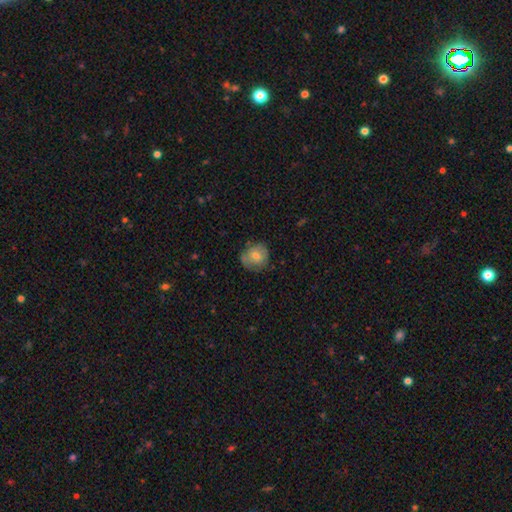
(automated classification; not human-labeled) Smooth or featured: smooth — 67% (featured or disk — 25%)
How rounded: round — 81% (in between — 18%)
Merging: none — 70% (minor disturbance — 23%)